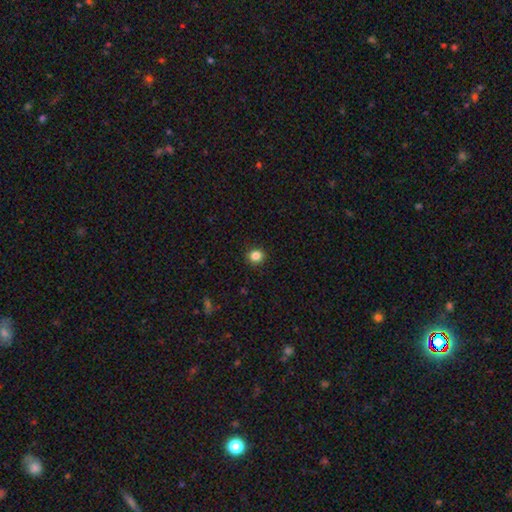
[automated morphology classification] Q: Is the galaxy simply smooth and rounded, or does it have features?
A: smooth — 84%.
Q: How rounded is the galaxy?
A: round — 84%.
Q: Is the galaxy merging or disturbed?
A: none — 91%.